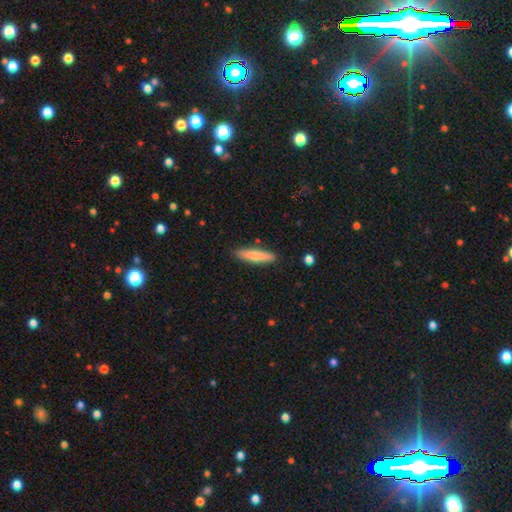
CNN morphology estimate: smooth 72%, featured or disk 22%, star or artifact 6%. Down the decision tree: how rounded — cigar-shaped (81%); merging — none (87%).